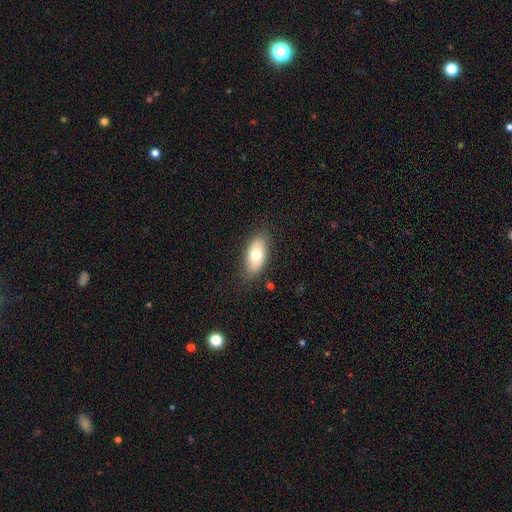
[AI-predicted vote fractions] A smooth galaxy with no disk features (70%) that is in between round and cigar-shaped (88%).

Vote fractions:
- Smooth or featured? smooth: 70% / featured or disk: 22% / star or artifact: 8%
- How rounded? in between: 88% / cigar-shaped: 9% / round: 4%
- Merging? none: 84% / minor disturbance: 12% / major disturbance: 3% / merger: 1%